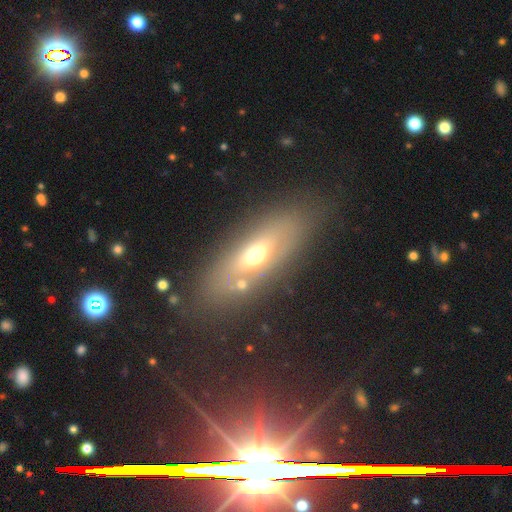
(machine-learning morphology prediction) A smooth galaxy with no disk features (48%).

Vote fractions:
- Smooth or featured? smooth: 48% / featured or disk: 42% / star or artifact: 10%
- Merging? none: 74% / minor disturbance: 14% / major disturbance: 8% / merger: 4%